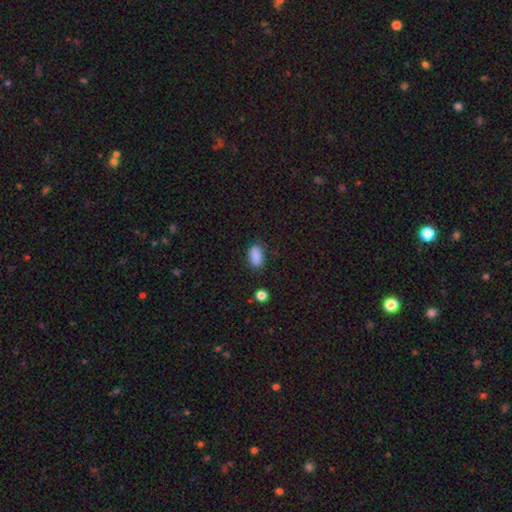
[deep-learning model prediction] Smooth or featured? Predicted: smooth (p=0.87). How rounded? Predicted: in between (p=0.91). Merging? Predicted: none (p=0.79).